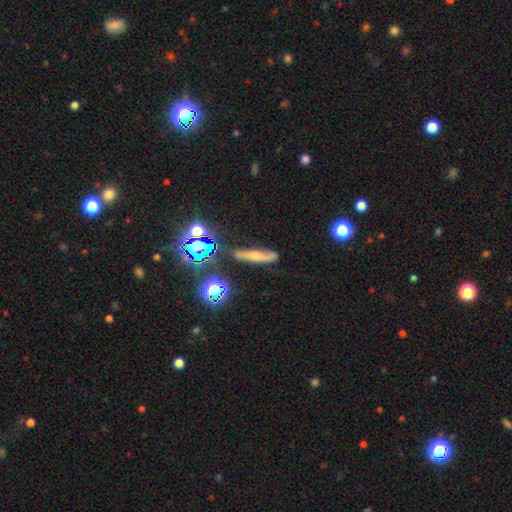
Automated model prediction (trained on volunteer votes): Overall: smooth (53%; featured or disk 28%). How rounded: cigar-shaped (79%). Merging: none (73%).